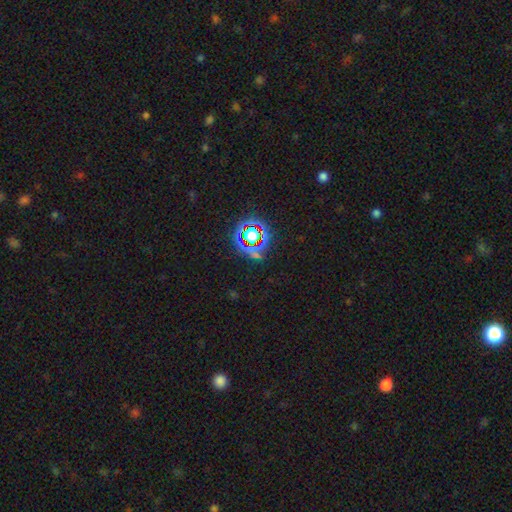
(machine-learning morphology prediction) A star or artifact, not a galaxy (76%).

Vote fractions:
- Smooth or featured? star or artifact: 76% / smooth: 15% / featured or disk: 9%